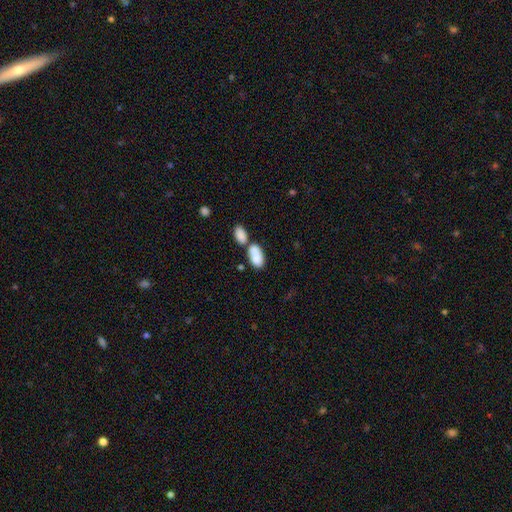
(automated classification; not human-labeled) Overall: smooth (81%). How rounded: in between (92%). Merging: merger (60%; none 27%).